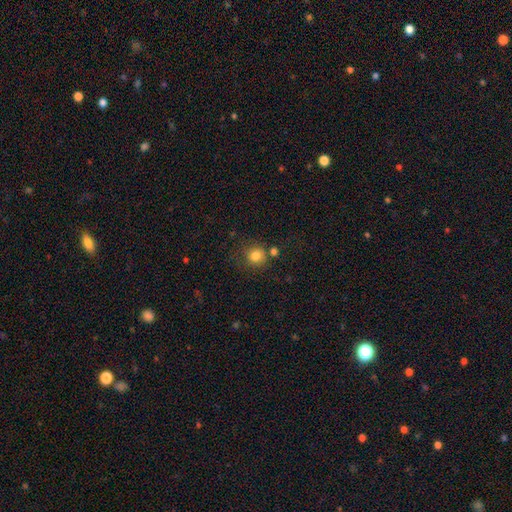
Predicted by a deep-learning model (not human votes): This appears to be a smooth galaxy with no disk features (81%) that is round (88%). Merging: none (71%).